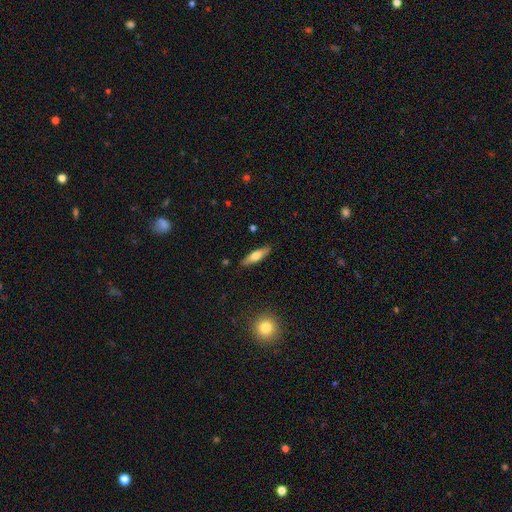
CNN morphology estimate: This appears to be a smooth galaxy with no disk features (59%) that is cigar-shaped (67%). Merging: none (87%).